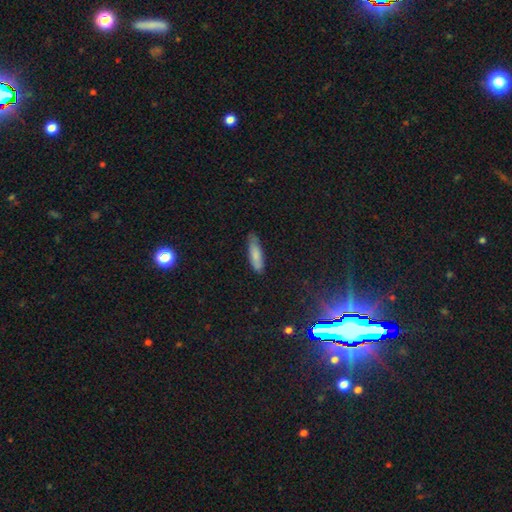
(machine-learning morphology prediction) Overall: smooth (80%). How rounded: cigar-shaped (58%; in between 40%). Merging: none (72%).